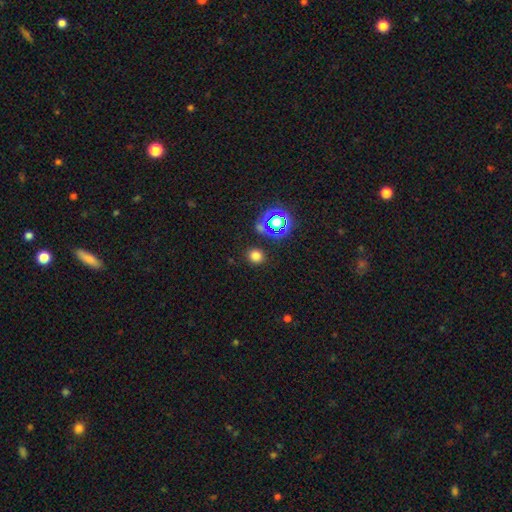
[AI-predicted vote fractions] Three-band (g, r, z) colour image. It shows a smooth galaxy with no disk features (74%) that is round (83%). Merging: none (87%).